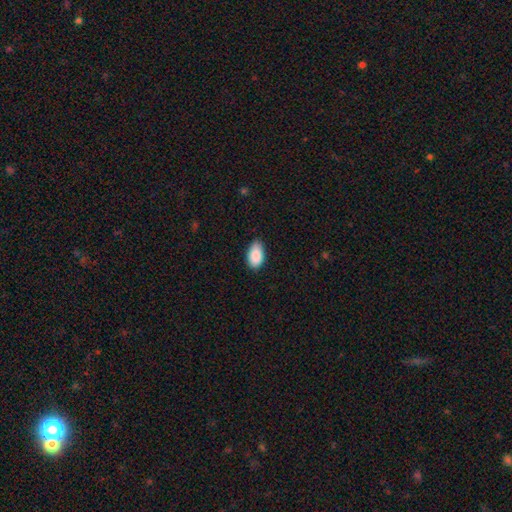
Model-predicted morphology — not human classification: Smooth or featured: smooth — 89% (star or artifact — 7%)
How rounded: in between — 94% (round — 4%)
Merging: none — 75% (minor disturbance — 21%)